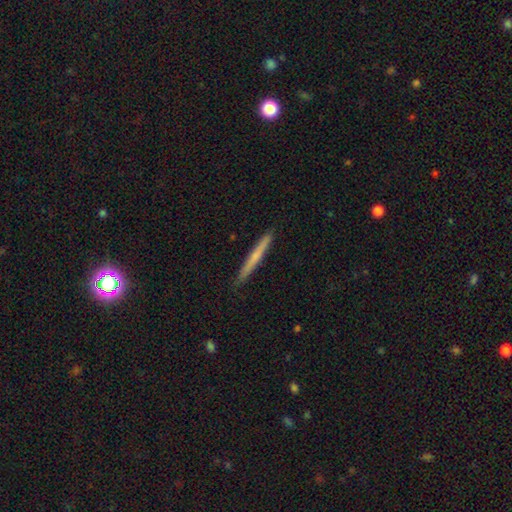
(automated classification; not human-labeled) Smooth or featured? smooth (58%)
How rounded? cigar-shaped (97%)
Merging? none (91%)